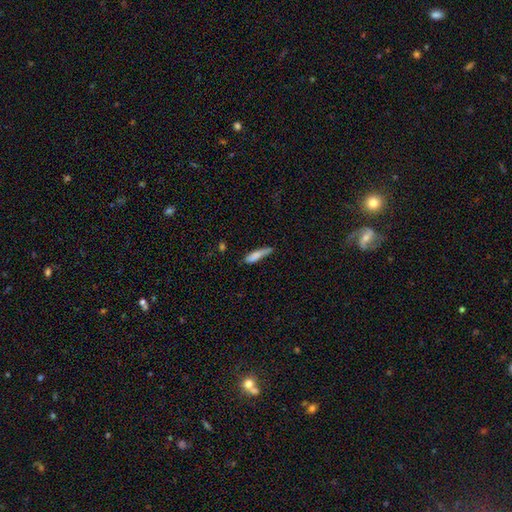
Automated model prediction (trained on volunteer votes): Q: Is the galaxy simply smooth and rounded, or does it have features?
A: smooth — 79%.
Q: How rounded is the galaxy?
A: cigar-shaped — 77%.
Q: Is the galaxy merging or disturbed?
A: none — 55%.